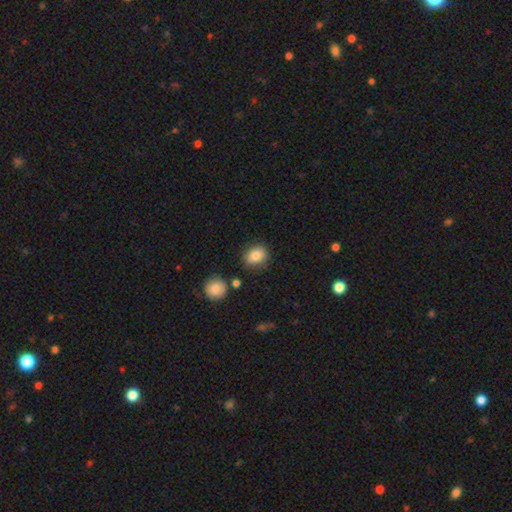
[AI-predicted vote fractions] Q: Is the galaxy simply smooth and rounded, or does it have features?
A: smooth — 83%.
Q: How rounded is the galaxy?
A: in between — 50%.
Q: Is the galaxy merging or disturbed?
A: none — 83%.